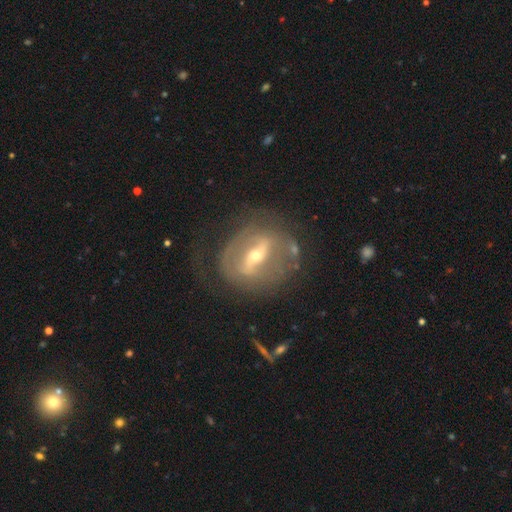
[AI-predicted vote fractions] A featured or disk galaxy (81%) with a strong bar (65%), spiral arms (60%) and a small central bulge (50%).

Vote fractions:
- Smooth or featured? featured or disk: 81% / smooth: 12% / star or artifact: 7%
- Edge-on disk? no: 91% / yes: 9%
- Bar? strong: 65% / weak: 24% / no: 11%
- Spiral arms? yes: 60% / no: 40%
- Bulge size? small: 50% / moderate: 46% / large: 2% / dominant: 1% / none: 1%
- Merging? none: 62% / minor disturbance: 18% / major disturbance: 17% / merger: 3%